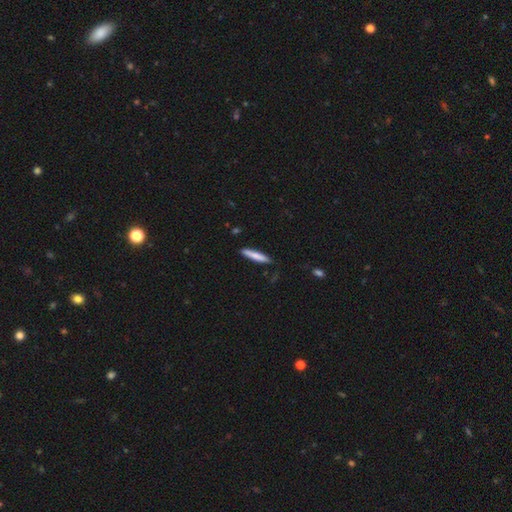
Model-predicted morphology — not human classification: smooth-or-featured: smooth: 75% | featured or disk: 19% | star or artifact: 6%
  how-rounded: cigar-shaped: 91% | in between: 7% | round: 1%
  merging: none: 86% | minor disturbance: 11% | major disturbance: 2% | merger: 2%